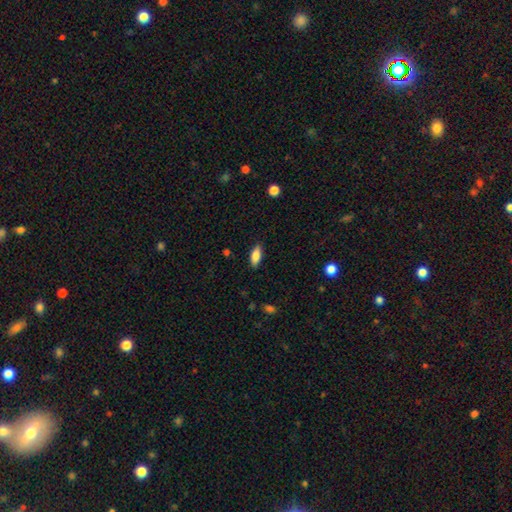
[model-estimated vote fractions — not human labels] A smooth galaxy with no disk features (83%) that is in between round and cigar-shaped (79%). Merging: none (86%).